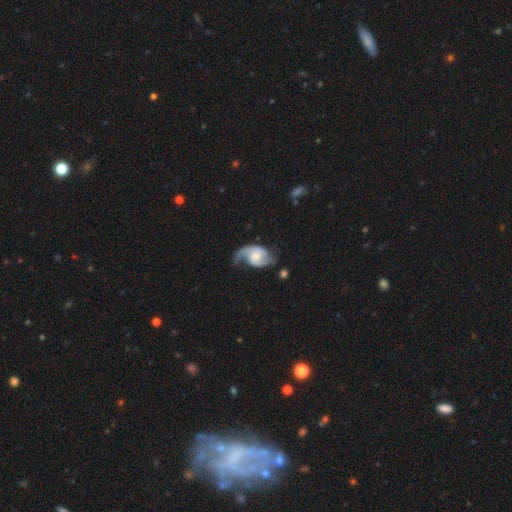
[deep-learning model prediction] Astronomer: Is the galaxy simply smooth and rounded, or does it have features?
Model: featured or disk — 84%.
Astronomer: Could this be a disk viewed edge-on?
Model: no — 98%.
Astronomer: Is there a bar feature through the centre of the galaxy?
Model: no — 58% (runner-up: weak, 34%).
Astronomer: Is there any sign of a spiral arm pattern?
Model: yes — 95%.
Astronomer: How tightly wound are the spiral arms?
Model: loose — 42%, tied with medium at 42%.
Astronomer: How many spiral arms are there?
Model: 2 — 75%.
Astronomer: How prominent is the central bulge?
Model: small — 45% (runner-up: moderate, 42%).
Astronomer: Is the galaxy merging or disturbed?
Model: none — 52%.